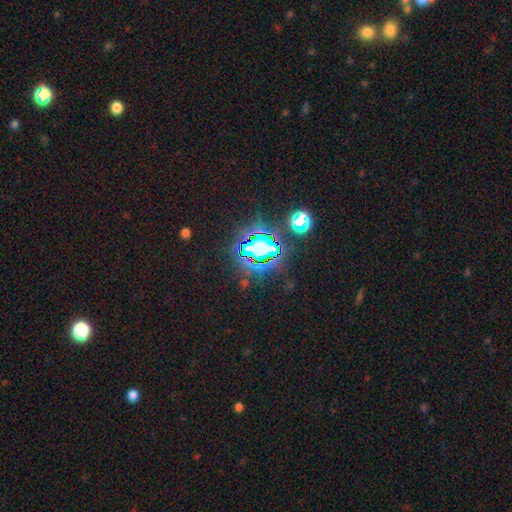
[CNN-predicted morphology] Overall: star or artifact (80%).